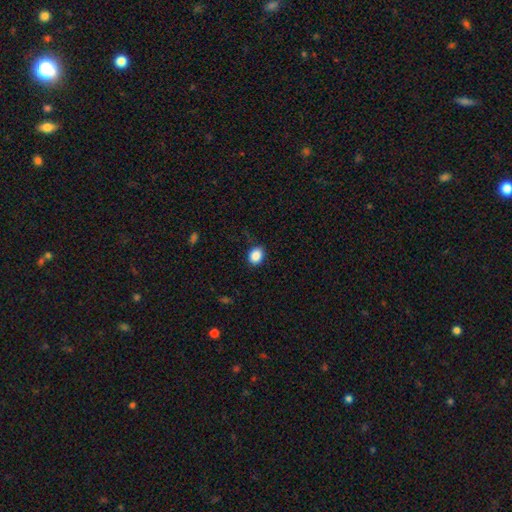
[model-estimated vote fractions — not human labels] smooth 87%, star or artifact 9%, featured or disk 4%. Down the decision tree: how rounded — in between (55%); merging — none (83%).